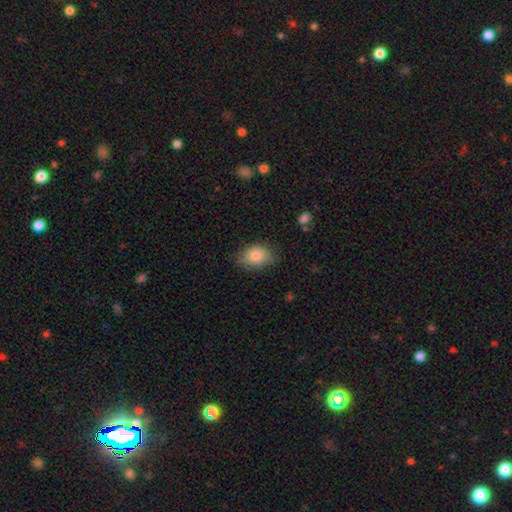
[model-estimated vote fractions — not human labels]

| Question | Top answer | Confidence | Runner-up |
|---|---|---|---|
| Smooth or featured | smooth | 82% | featured or disk (10%) |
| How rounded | in between | 75% | round (23%) |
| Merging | none | 71% | minor disturbance (23%) |